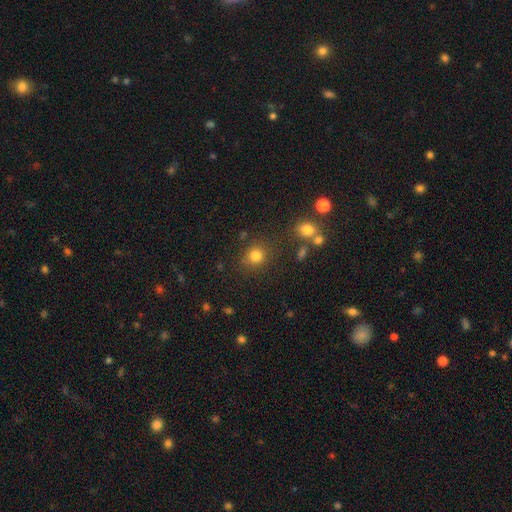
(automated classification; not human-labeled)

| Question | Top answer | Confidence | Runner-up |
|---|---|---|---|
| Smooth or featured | smooth | 81% | star or artifact (14%) |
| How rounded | round | 85% | in between (14%) |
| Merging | none | 80% | minor disturbance (10%) |